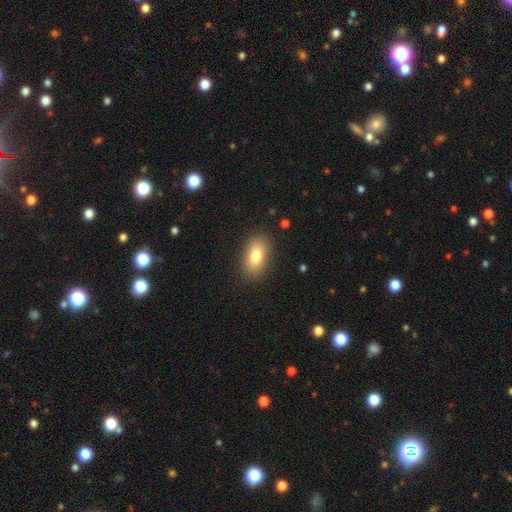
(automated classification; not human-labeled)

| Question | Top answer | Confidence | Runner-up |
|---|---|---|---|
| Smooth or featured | smooth | 81% | featured or disk (11%) |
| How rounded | in between | 89% | round (7%) |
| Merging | none | 87% | minor disturbance (9%) |